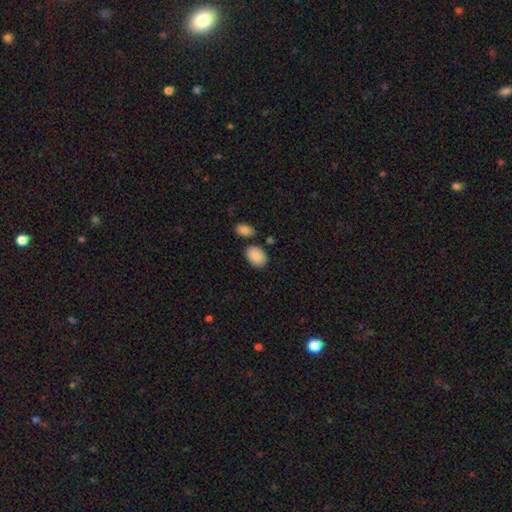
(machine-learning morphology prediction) This is clearly a smooth galaxy (89%). How rounded: likely in between (79%). Merging: likely none (76%).